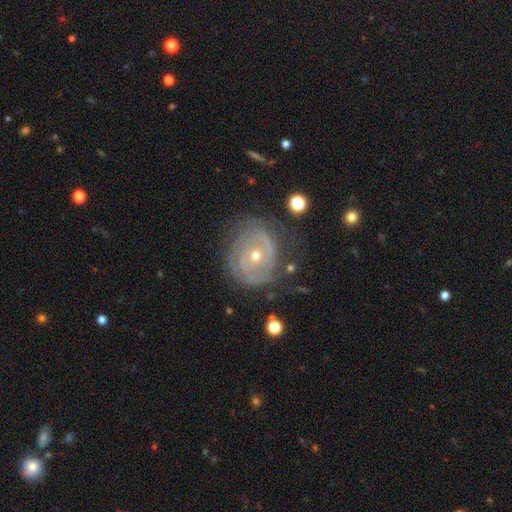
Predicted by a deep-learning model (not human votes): Smooth or featured?
  - featured or disk: 85% *
  - smooth: 10%
  - star or artifact: 6%
Edge-on disk?
  - no: 97% *
  - yes: 3%
Bar?
  - no: 74% *
  - weak: 20%
  - strong: 6%
Spiral arms?
  - yes: 90% *
  - no: 10%
Spiral winding?
  - tight: 69% *
  - medium: 24%
  - loose: 7%
Spiral arm count?
  - 2: 36% *
  - can't tell: 29%
  - 3: 19%
  - 4: 6%
  - 1: 6%
  - more than 4: 5%
Bulge size?
  - small: 50% *
  - moderate: 47%
  - large: 1%
  - none: 1%
  - dominant: 1%
Merging?
  - none: 68% *
  - minor disturbance: 20%
  - major disturbance: 10%
  - merger: 2%